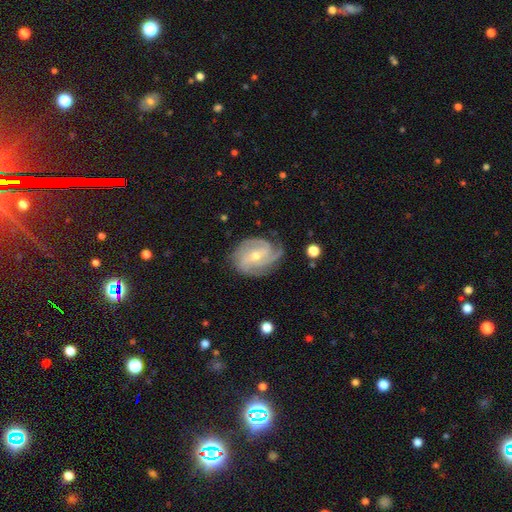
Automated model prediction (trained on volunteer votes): Smooth or featured: featured or disk — 89% (smooth — 6%)
Edge-on disk: no — 97% (yes — 3%)
Bar: weak — 42% (no — 38%)
Spiral arms: yes — 98% (no — 2%)
Spiral winding: tight — 54% (medium — 38%)
Spiral arm count: 3 — 48% (2 — 18%)
Bulge size: small — 54% (moderate — 43%)
Merging: none — 75% (minor disturbance — 18%)